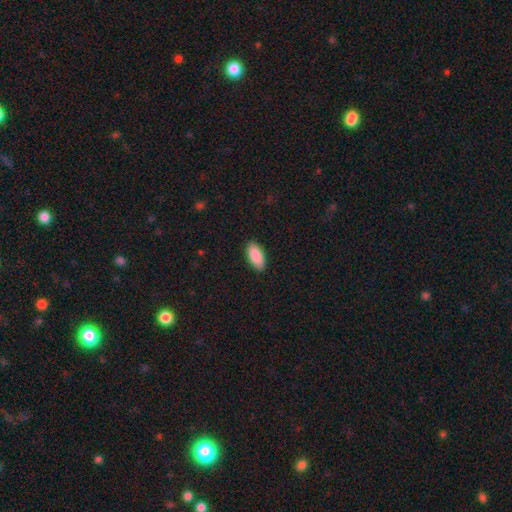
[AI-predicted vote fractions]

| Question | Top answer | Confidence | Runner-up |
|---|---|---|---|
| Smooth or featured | smooth | 90% | star or artifact (6%) |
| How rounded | in between | 88% | cigar-shaped (10%) |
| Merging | none | 90% | minor disturbance (7%) |